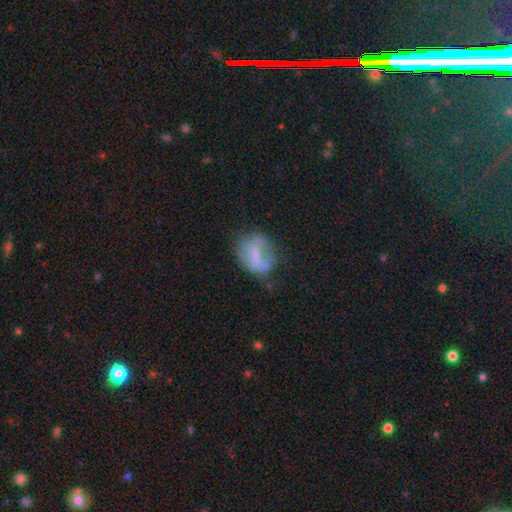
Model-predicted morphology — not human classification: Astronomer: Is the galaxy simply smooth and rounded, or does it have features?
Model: smooth — 47% (runner-up: featured or disk, 43%).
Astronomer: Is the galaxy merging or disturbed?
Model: none — 48% (runner-up: minor disturbance, 28%).